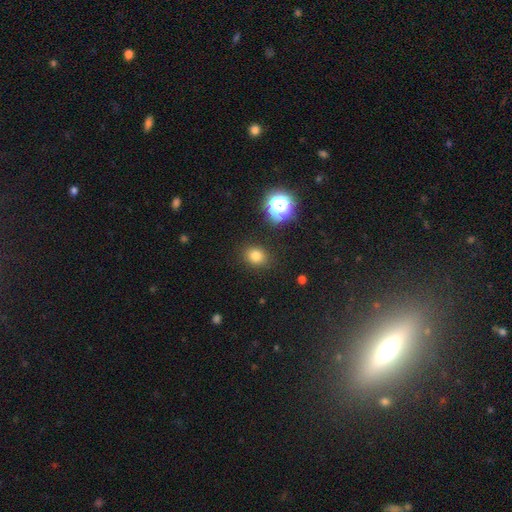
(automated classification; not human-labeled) The model was most divided on "how rounded": round: 59%, in between: 40%, cigar-shaped: 1%. More confident: merging — none (87%); smooth or featured — smooth (77%).